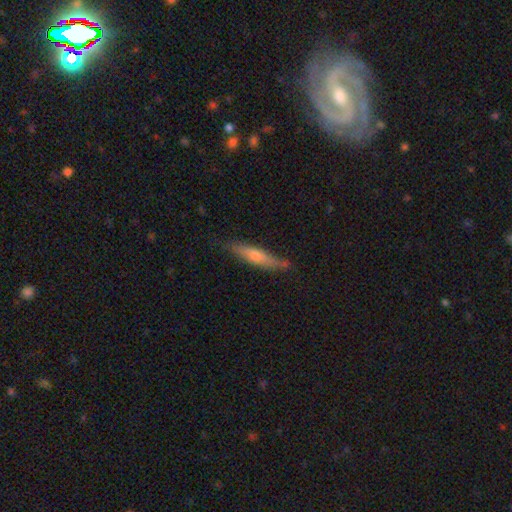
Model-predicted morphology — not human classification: A smooth galaxy with no disk features (57%) that is cigar-shaped (84%). Merging: none (74%).